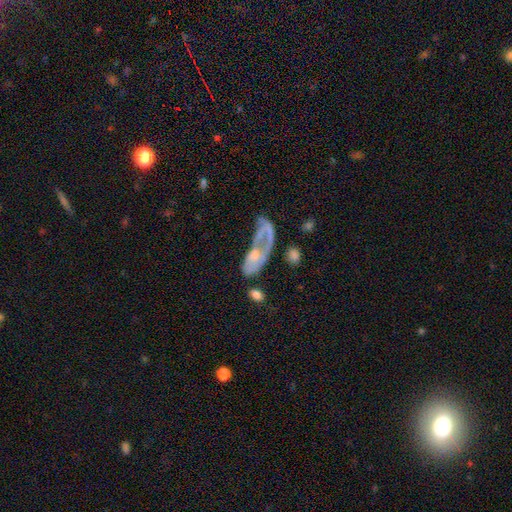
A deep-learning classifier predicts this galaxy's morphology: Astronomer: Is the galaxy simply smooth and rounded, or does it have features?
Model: featured or disk — 58%.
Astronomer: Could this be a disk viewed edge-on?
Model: no — 89%.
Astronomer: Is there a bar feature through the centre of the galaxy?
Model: no — 83%.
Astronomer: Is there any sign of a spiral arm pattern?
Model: no — 62% (runner-up: yes, 38%).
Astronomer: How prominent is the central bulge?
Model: small — 46% (runner-up: moderate, 31%).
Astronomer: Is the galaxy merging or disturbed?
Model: major disturbance — 42% (runner-up: none, 23%).